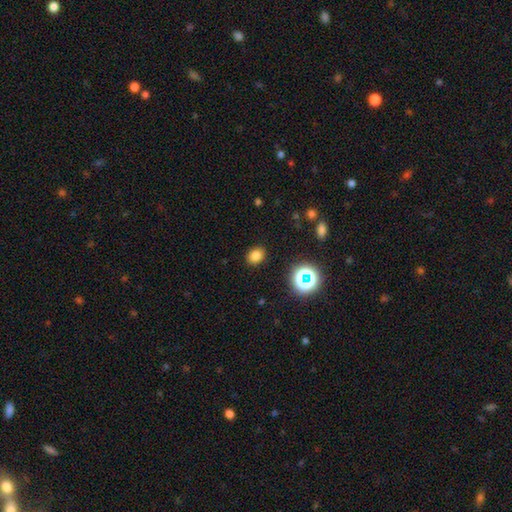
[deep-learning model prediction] Smooth or featured?
  - smooth: 77% *
  - star or artifact: 17%
  - featured or disk: 6%
How rounded?
  - round: 53% *
  - in between: 46%
  - cigar-shaped: 1%
Merging?
  - none: 88% *
  - minor disturbance: 8%
  - major disturbance: 3%
  - merger: 1%